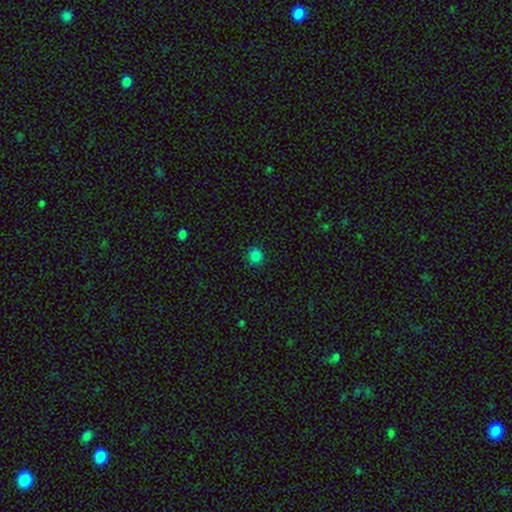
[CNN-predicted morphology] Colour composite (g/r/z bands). It shows a smooth galaxy with no disk features (83%) that is round (88%). Merging: none (90%).